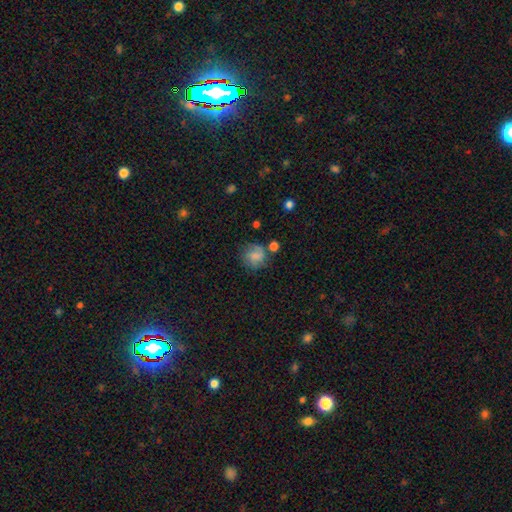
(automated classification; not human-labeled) Morphology: type=smooth (70%); roundness=round (79%); merging=none (58%).